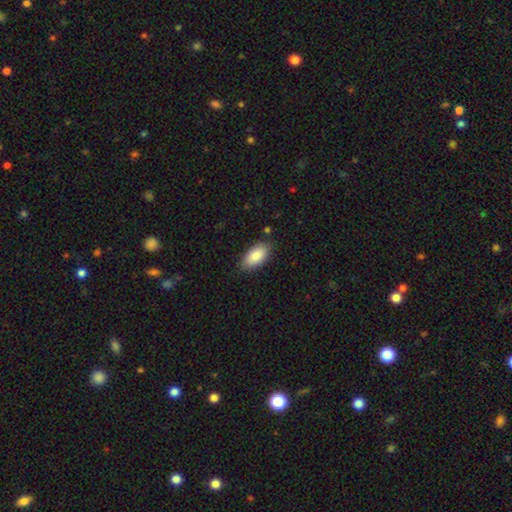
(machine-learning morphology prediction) A smooth galaxy with no disk features (85%) that is in between round and cigar-shaped (93%). Merging: none (83%).